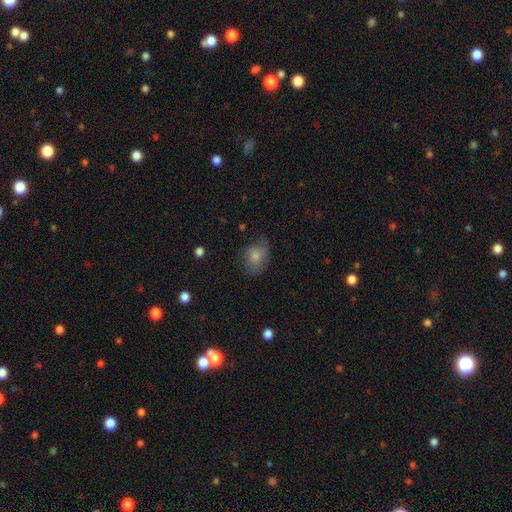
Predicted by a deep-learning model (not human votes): smooth-or-featured: smooth: 80% | featured or disk: 12% | star or artifact: 9%
  how-rounded: in between: 60% | round: 39% | cigar-shaped: 1%
  merging: none: 60% | minor disturbance: 28% | major disturbance: 10% | merger: 2%